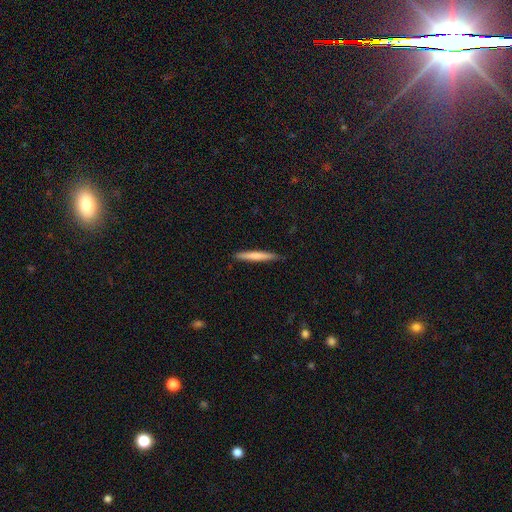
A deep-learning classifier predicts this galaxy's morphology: smooth_or_featured: smooth (p=0.68) [alt: featured or disk p=0.27]
how_rounded: cigar-shaped (p=0.96) [alt: in between p=0.03]
merging: none (p=0.86) [alt: minor disturbance p=0.11]